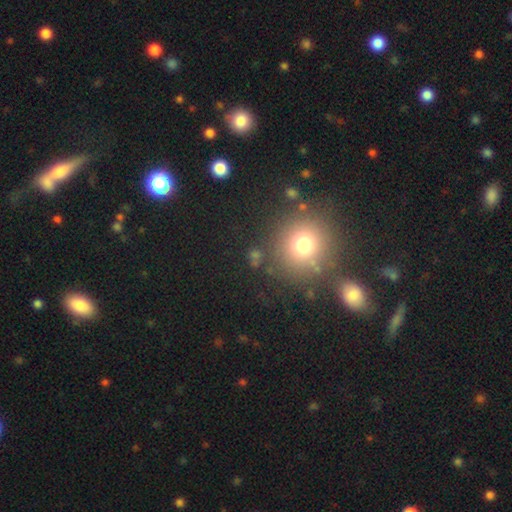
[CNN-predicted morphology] smooth 62%, star or artifact 28%, featured or disk 10%. Down the decision tree: how rounded — round (86%); merging — none (79%).